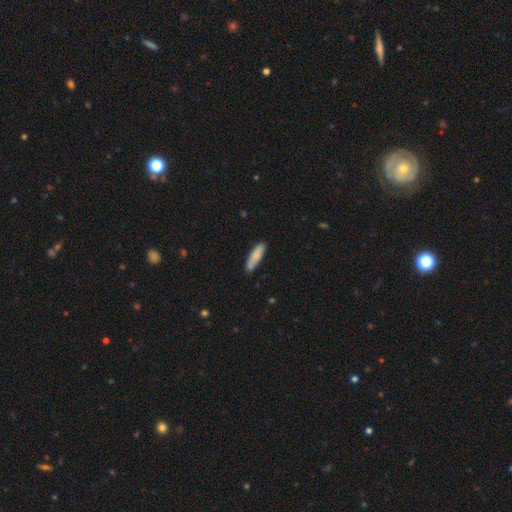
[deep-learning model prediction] This is clearly a smooth galaxy (84%). How rounded: likely cigar-shaped (65%). Merging: clearly none (81%).